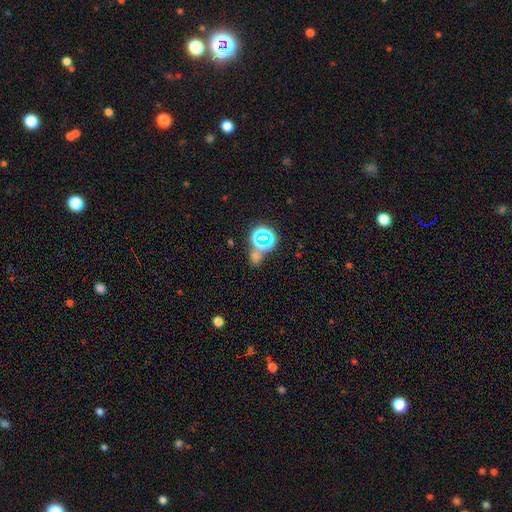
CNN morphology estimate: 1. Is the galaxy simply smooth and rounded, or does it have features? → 49% star or artifact, 42% smooth, 9% featured or disk.